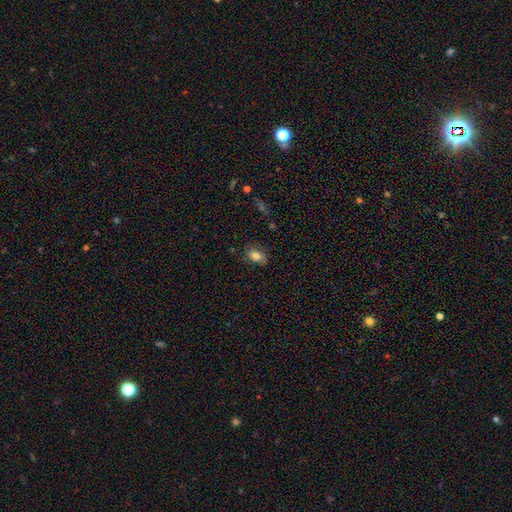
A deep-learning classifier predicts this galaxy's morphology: Smooth or featured?
  - smooth: 80% *
  - featured or disk: 11%
  - star or artifact: 9%
How rounded?
  - in between: 87% *
  - round: 10%
  - cigar-shaped: 3%
Merging?
  - none: 76% *
  - minor disturbance: 18%
  - major disturbance: 5%
  - merger: 2%